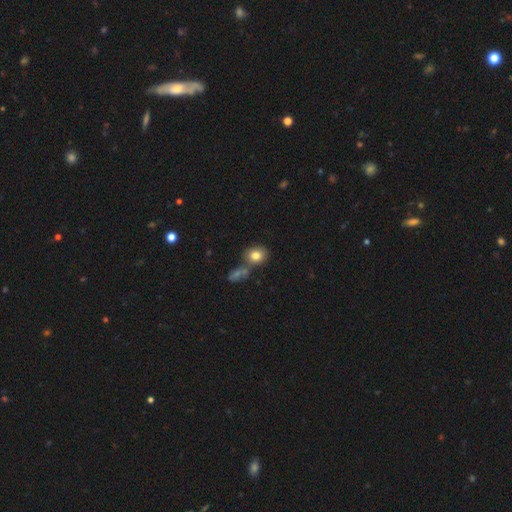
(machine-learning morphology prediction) Smooth or featured?
  - smooth: 81% *
  - star or artifact: 10%
  - featured or disk: 10%
How rounded?
  - round: 66% *
  - in between: 32%
  - cigar-shaped: 1%
Merging?
  - none: 57% *
  - merger: 27%
  - minor disturbance: 12%
  - major disturbance: 4%